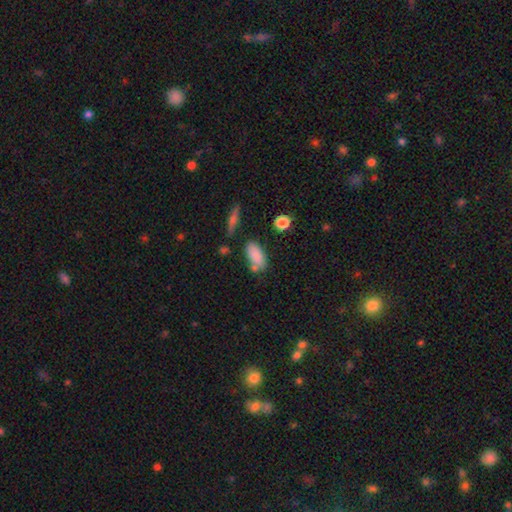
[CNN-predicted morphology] A smooth galaxy with no disk features (82%) that is in between round and cigar-shaped (89%). Merging: none (60%).